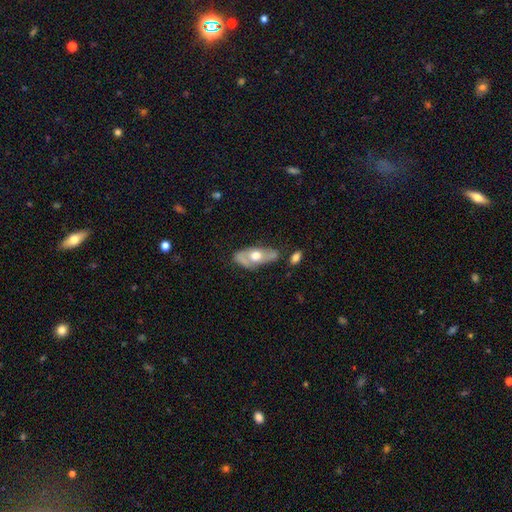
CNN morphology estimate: type=featured or disk (53%); edge-on=no (68%); merging=none (64%).